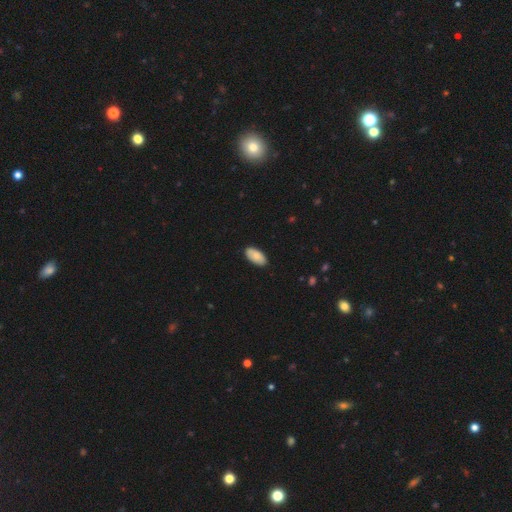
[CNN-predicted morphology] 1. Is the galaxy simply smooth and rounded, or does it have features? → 82% smooth, 11% featured or disk, 6% star or artifact.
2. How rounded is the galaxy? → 95% in between, 3% cigar-shaped, 2% round.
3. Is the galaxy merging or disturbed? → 86% none, 11% minor disturbance, 2% major disturbance, 1% merger.